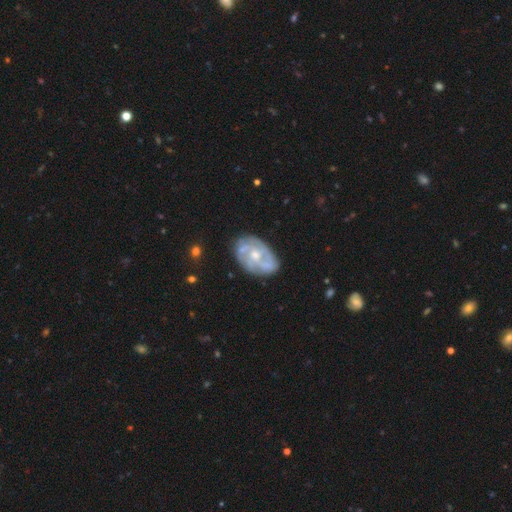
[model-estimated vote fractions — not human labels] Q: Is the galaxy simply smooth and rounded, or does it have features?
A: featured or disk — 79%.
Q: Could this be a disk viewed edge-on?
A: no — 97%.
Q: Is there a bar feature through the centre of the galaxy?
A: no — 69%.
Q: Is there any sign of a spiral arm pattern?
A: yes — 84%.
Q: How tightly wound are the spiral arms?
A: tight — 46%.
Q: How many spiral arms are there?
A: can't tell — 34%.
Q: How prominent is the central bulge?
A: moderate — 54%.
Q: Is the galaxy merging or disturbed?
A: none — 73%.